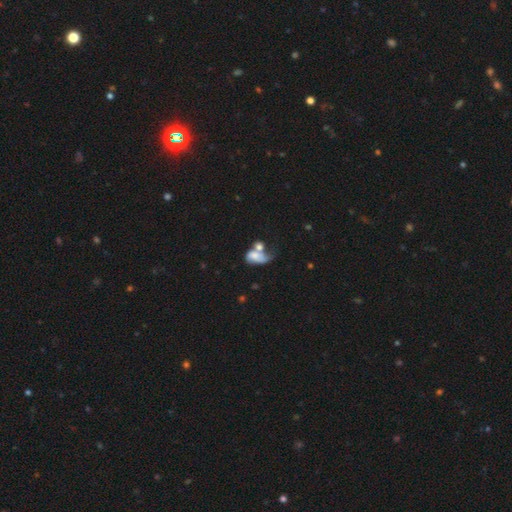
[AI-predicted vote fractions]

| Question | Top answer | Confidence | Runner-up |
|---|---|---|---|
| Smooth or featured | smooth | 54% | featured or disk (36%) |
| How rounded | in between | 84% | round (14%) |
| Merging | merger | 50% | major disturbance (25%) |